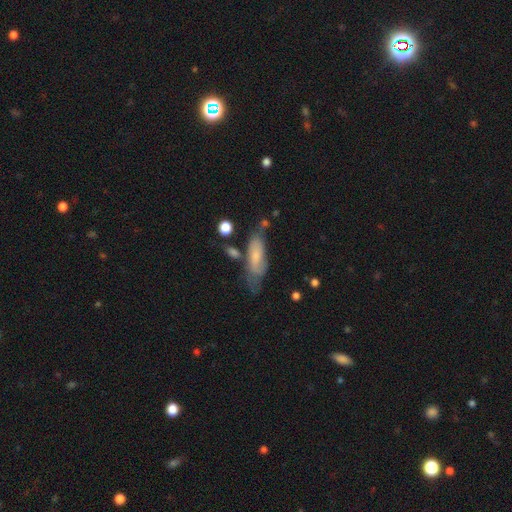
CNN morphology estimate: The model was most divided on "how rounded": in between: 57%, cigar-shaped: 40%, round: 3%. Remaining: smooth or featured — smooth (60%); merging — none (49%).